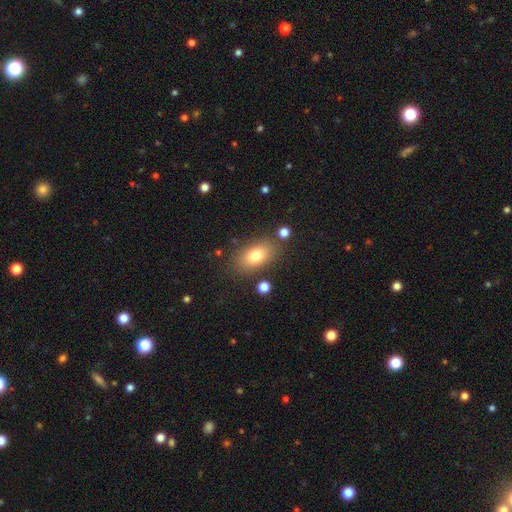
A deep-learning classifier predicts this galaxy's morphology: Smooth or featured? smooth (78%)
How rounded? in between (88%)
Merging? none (80%)